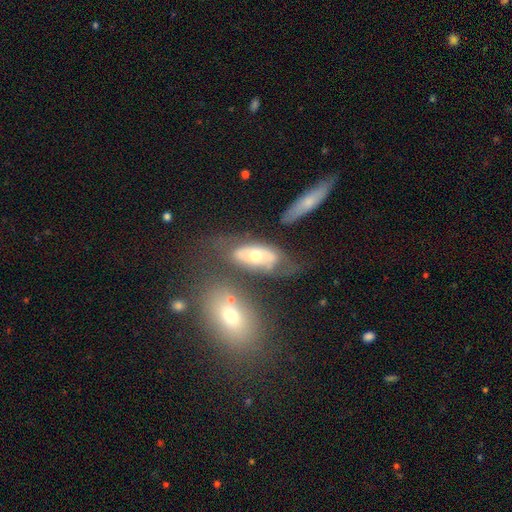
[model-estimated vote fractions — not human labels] This is possibly a featured or disk galaxy (58%). It is clearly not viewed edge-on (85%). Merging: possibly none (46%).